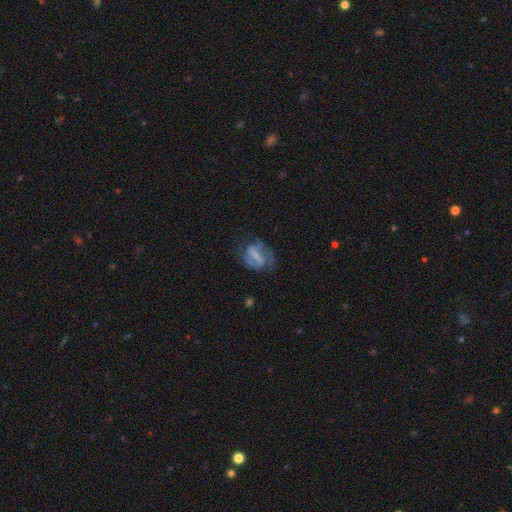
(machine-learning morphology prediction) This is likely a featured or disk galaxy (61%). It is clearly not viewed edge-on (95%). Bar: possibly strong (53%). Spiral arm pattern: likely yes (68%). Central bulge: possibly none (51%). Merging: possibly none (50%).